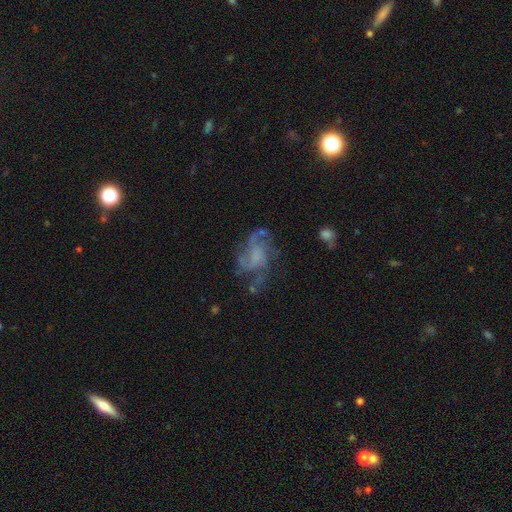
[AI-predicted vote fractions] featured or disk 74%, smooth 16%, star or artifact 10%. Down the decision tree: edge-on disk — no (97%); bar — no (69%); spiral arms — yes (84%); spiral arm count — 3 (33%); spiral winding — medium (44%); bulge size — none (54%); merging — none (53%).